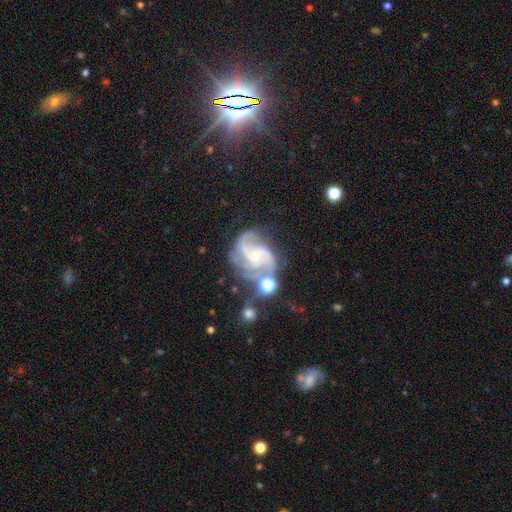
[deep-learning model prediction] Overall: featured or disk (88%). Edge-on disk: no (98%). Bar: no (53%; weak 37%). Spiral arms: yes (97%). Spiral arm count: 3 (42%; 2 31%). Spiral winding: medium (55%; tight 24%). Bulge size: small (67%). Merging: none (49%; minor disturbance 21%).